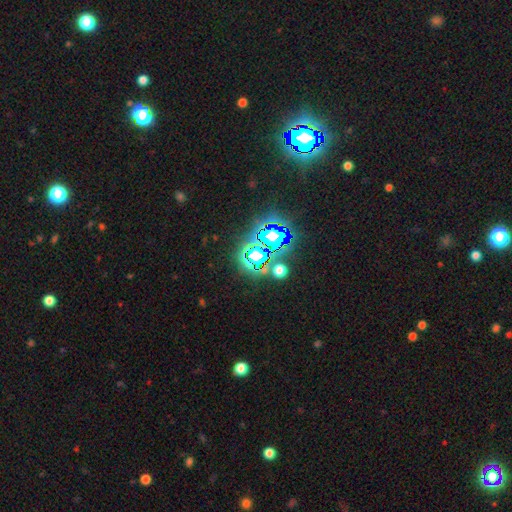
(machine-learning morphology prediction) Smooth or featured? star or artifact (68%)